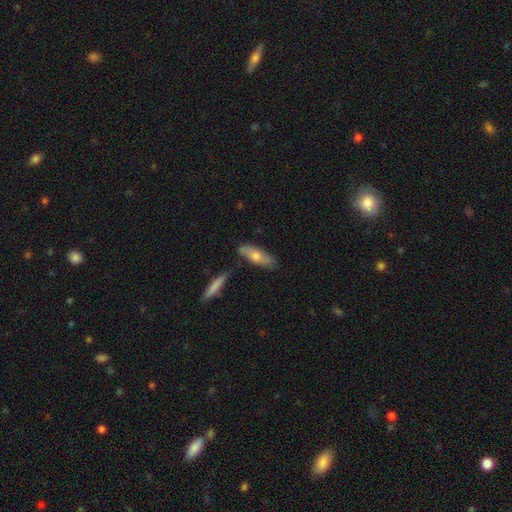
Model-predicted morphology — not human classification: This is likely a smooth galaxy (61%). How rounded: possibly in between (49%). Merging: likely none (70%).